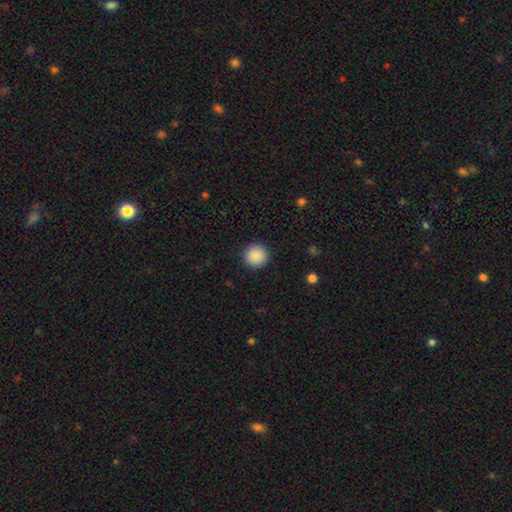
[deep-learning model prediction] The model was most divided on "smooth or featured": smooth: 89%, star or artifact: 8%, featured or disk: 2%. More confident: how rounded — round (95%); merging — none (92%).